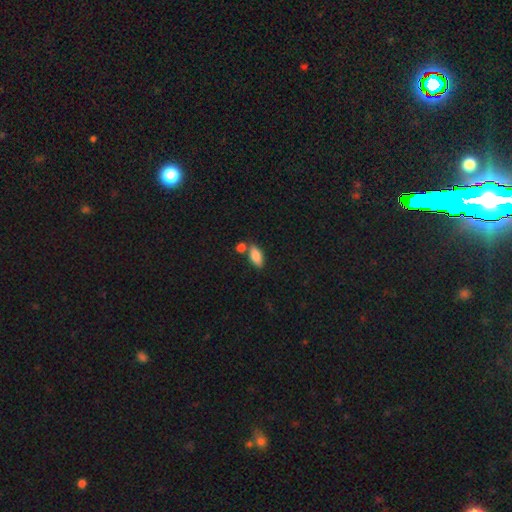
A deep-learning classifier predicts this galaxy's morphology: smooth-or-featured: smooth: 83% | featured or disk: 10% | star or artifact: 7%
  how-rounded: in between: 88% | cigar-shaped: 9% | round: 4%
  merging: none: 62% | merger: 22% | minor disturbance: 12% | major disturbance: 3%